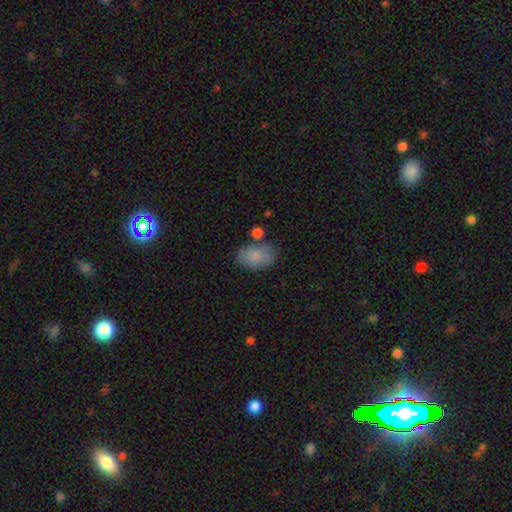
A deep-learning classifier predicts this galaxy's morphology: This appears to be a smooth galaxy with no disk features (85%) that is in between round and cigar-shaped (88%). Merging: none (70%).